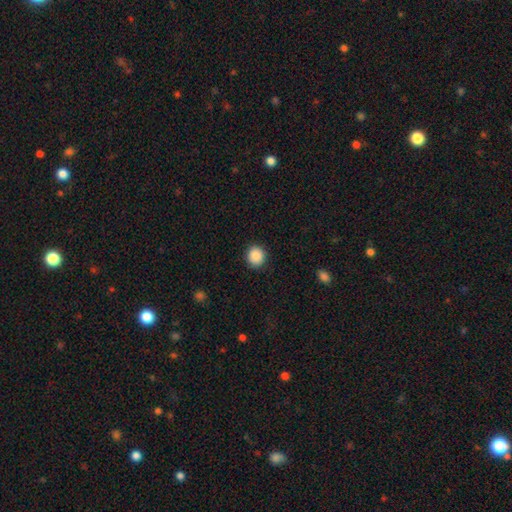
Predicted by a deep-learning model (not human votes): Morphology: type=smooth (89%); roundness=round (88%); merging=none (90%).